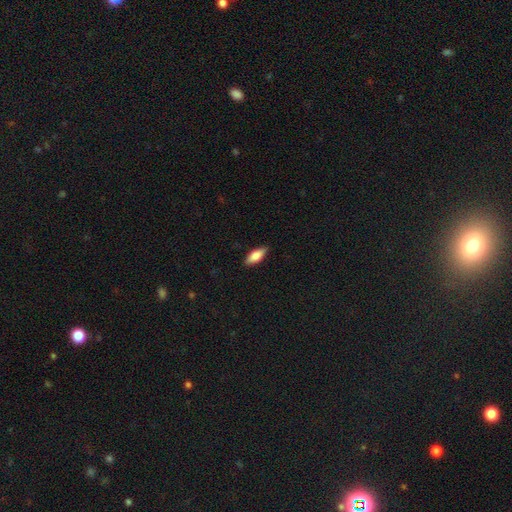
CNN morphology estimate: Q: Smooth or featured?
A: smooth (79%); runner-up: featured or disk (15%)
Q: How rounded?
A: in between (78%); runner-up: cigar-shaped (20%)
Q: Merging?
A: none (87%); runner-up: minor disturbance (10%)